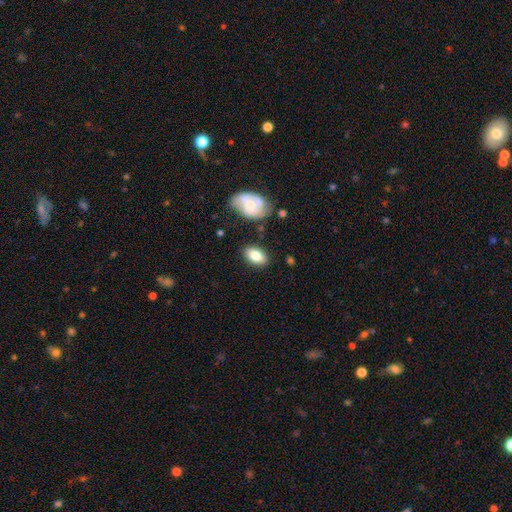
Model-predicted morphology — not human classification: type=smooth (82%); roundness=in between (90%); merging=none (81%).